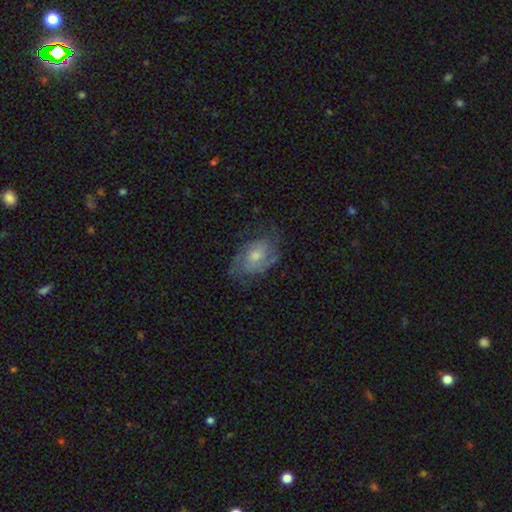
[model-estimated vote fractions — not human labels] smooth-or-featured: featured or disk: 60% | smooth: 31% | star or artifact: 9%
  disk-edge-on: no: 95% | yes: 5%
    bar: no: 70% | weak: 26% | strong: 4%
    has-spiral-arms: yes: 80% | no: 20%
    bulge-size: moderate: 53% | small: 37% | large: 5% | none: 4% | dominant: 1%
  merging: none: 64% | minor disturbance: 23% | major disturbance: 11% | merger: 1%